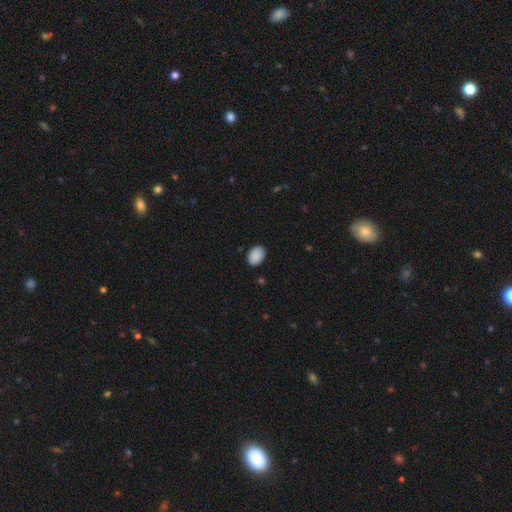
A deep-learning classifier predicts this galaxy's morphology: smooth-or-featured: smooth: 90% | star or artifact: 7% | featured or disk: 3%
  how-rounded: in between: 78% | round: 21% | cigar-shaped: 1%
  merging: none: 86% | minor disturbance: 11% | major disturbance: 2% | merger: 1%